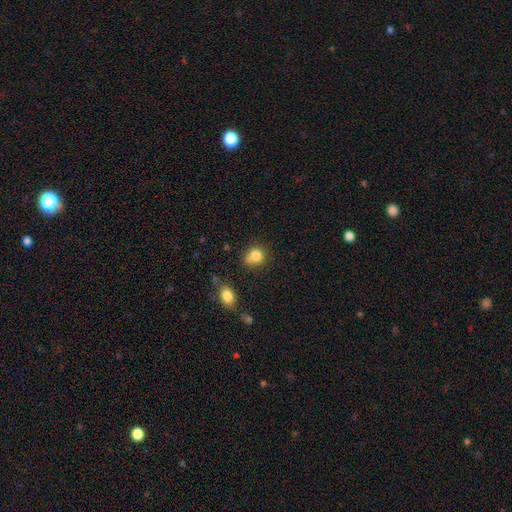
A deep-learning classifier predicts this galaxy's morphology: smooth-or-featured: smooth: 81% | star or artifact: 11% | featured or disk: 8%
  how-rounded: round: 78% | in between: 21% | cigar-shaped: 1%
  merging: none: 54% | merger: 21% | minor disturbance: 18% | major disturbance: 6%